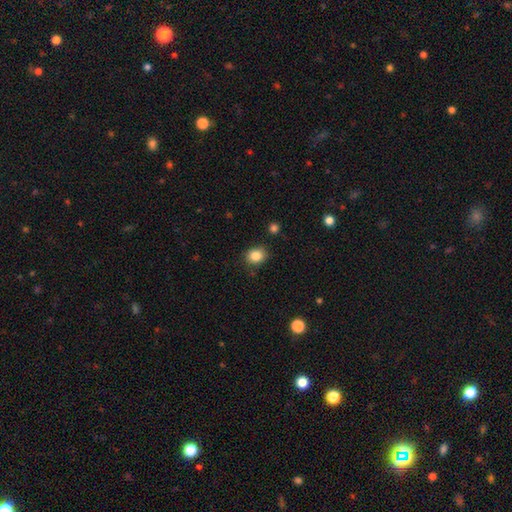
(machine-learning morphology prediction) Smooth or featured? smooth (85%)
How rounded? round (61%)
Merging? none (84%)